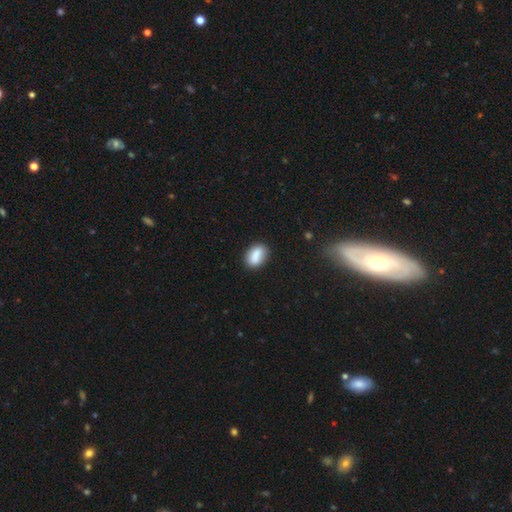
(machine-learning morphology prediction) type=smooth (83%); roundness=in between (83%); merging=none (75%).